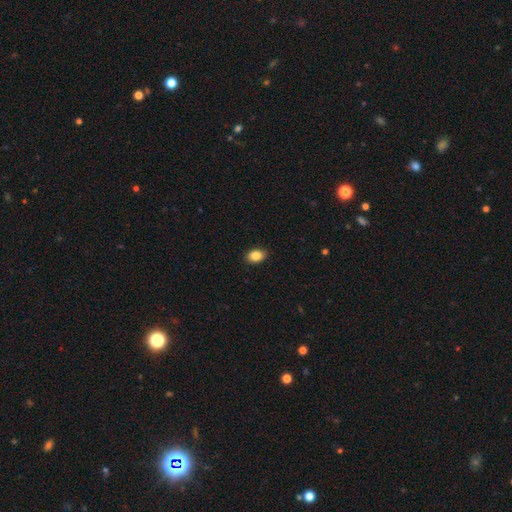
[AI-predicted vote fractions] smooth-or-featured: smooth: 88% | star or artifact: 8% | featured or disk: 4%
  how-rounded: in between: 79% | round: 19% | cigar-shaped: 1%
  merging: none: 89% | minor disturbance: 8% | major disturbance: 2% | merger: 1%